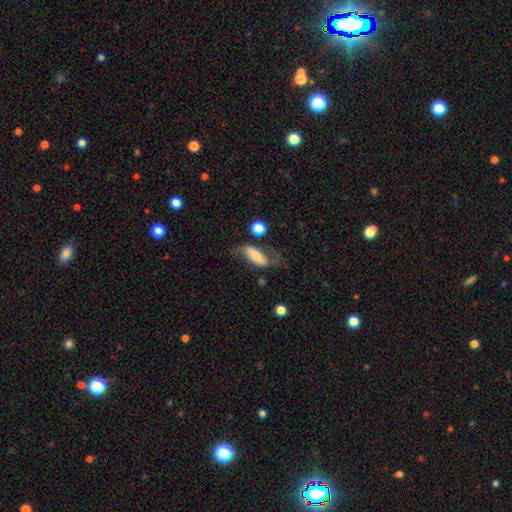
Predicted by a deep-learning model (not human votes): A featured or disk galaxy (46%, tied with smooth).

Vote fractions:
- Smooth or featured? featured or disk: 46% (tied) / smooth: 46% (tied) / star or artifact: 8%
- Merging? none: 49% / minor disturbance: 23% / major disturbance: 21% / merger: 6%